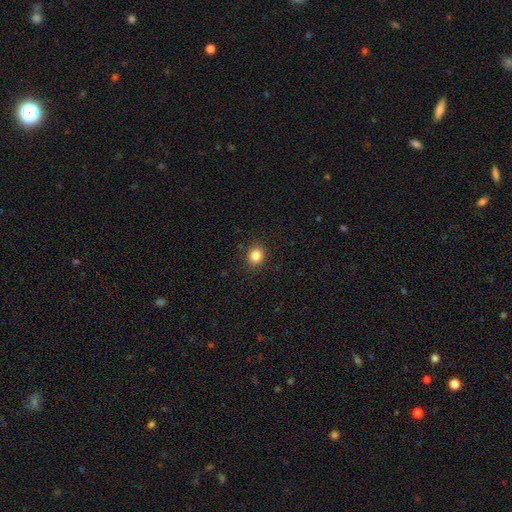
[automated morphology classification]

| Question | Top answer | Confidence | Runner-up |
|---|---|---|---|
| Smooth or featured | smooth | 84% | star or artifact (11%) |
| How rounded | round | 77% | in between (22%) |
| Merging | none | 89% | minor disturbance (7%) |